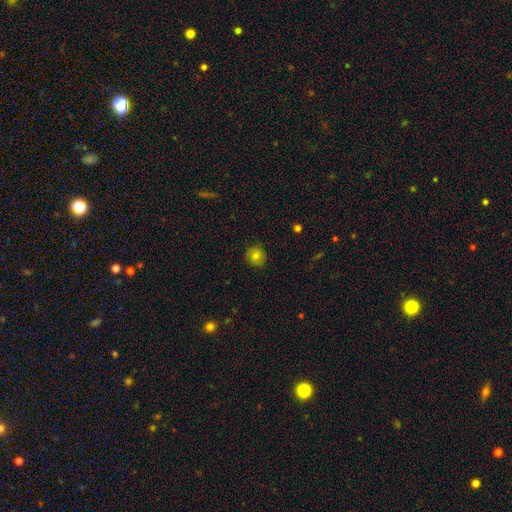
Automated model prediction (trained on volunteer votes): Q: Smooth or featured?
A: smooth (81%); runner-up: star or artifact (11%)
Q: How rounded?
A: round (91%); runner-up: in between (8%)
Q: Merging?
A: none (89%); runner-up: minor disturbance (8%)